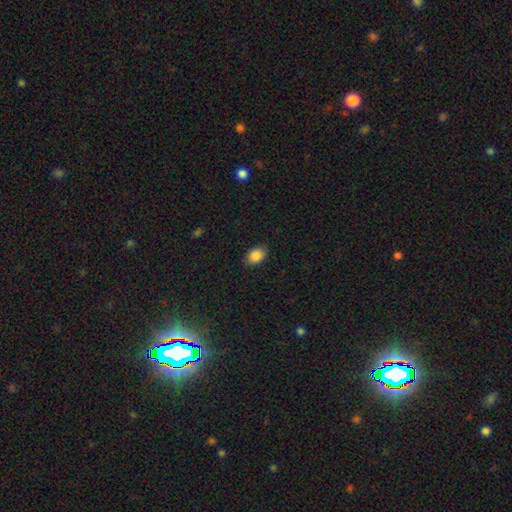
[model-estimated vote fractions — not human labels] A smooth galaxy with no disk features (87%) that is in between round and cigar-shaped (76%).

Vote fractions:
- Smooth or featured? smooth: 87% / star or artifact: 8% / featured or disk: 4%
- How rounded? in between: 76% / round: 23% / cigar-shaped: 1%
- Merging? none: 86% / minor disturbance: 10% / major disturbance: 2% / merger: 1%